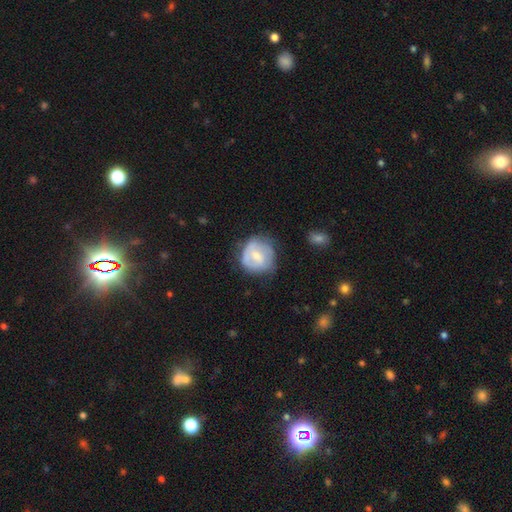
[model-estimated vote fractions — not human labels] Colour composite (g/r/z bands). It shows a featured or disk galaxy (50%). Merging: none (55%).